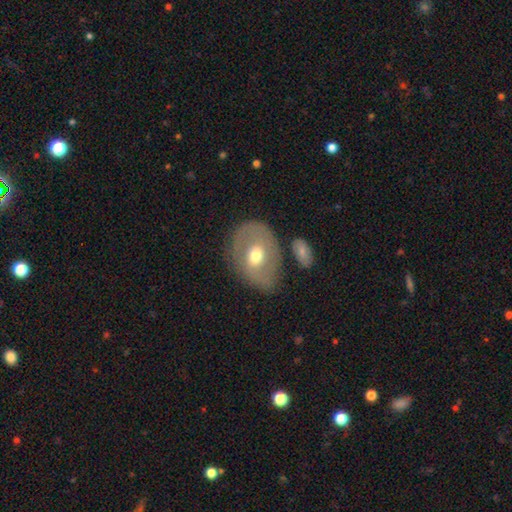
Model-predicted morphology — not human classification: The model was most divided on "smooth or featured": featured or disk: 48%, smooth: 46%, star or artifact: 6%. More confident: merging — none (71%).